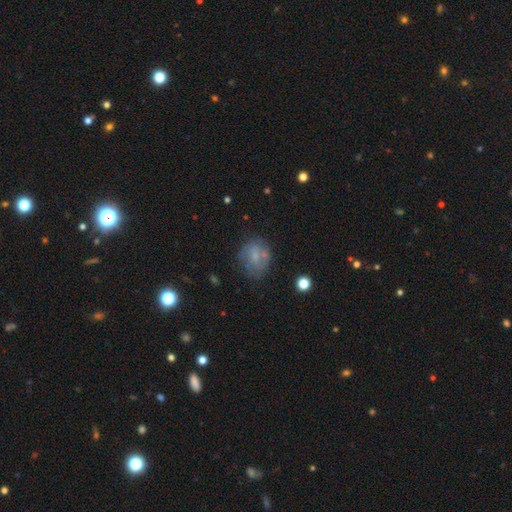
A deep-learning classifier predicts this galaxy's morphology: A smooth galaxy with no disk features (57%) that is round (59%). Merging: none (57%).